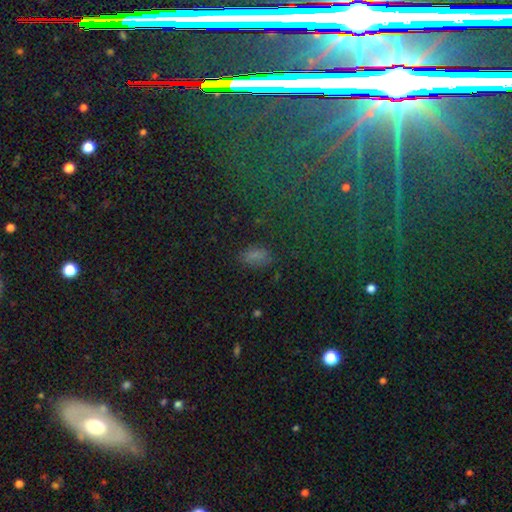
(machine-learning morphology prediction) Q: Smooth or featured?
A: smooth (64%); runner-up: star or artifact (26%)
Q: How rounded?
A: in between (90%); runner-up: round (6%)
Q: Merging?
A: none (75%); runner-up: minor disturbance (17%)